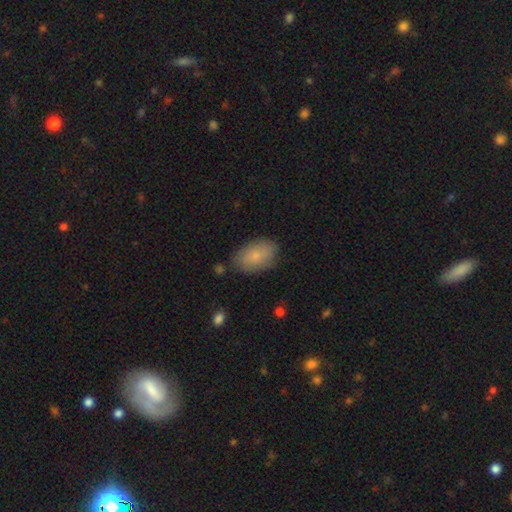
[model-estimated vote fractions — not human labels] A smooth galaxy with no disk features (82%) that is in between round and cigar-shaped (93%). Merging: none (79%).